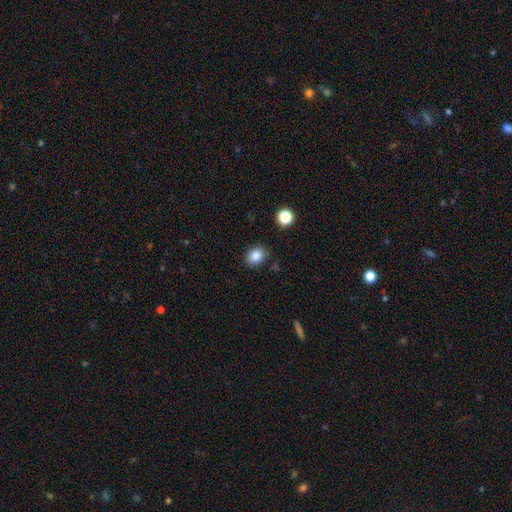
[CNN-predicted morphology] Q: Smooth or featured?
A: smooth (85%); runner-up: star or artifact (10%)
Q: How rounded?
A: round (54%); runner-up: in between (45%)
Q: Merging?
A: none (83%); runner-up: minor disturbance (12%)